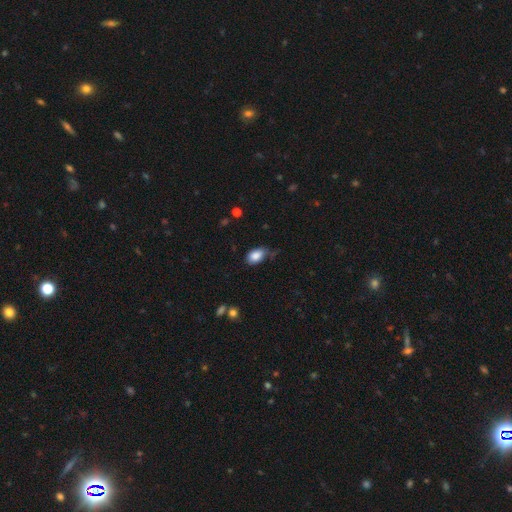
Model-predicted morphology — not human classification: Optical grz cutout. It shows a smooth galaxy with no disk features (86%) that is in between round and cigar-shaped (87%). Merging: none (55%).